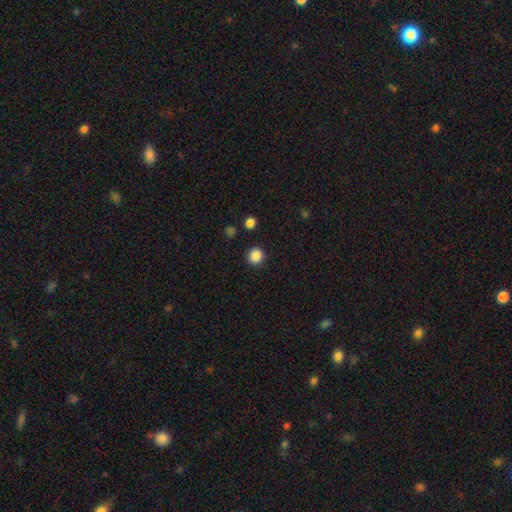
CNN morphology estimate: Q: Smooth or featured?
A: smooth (87%); runner-up: star or artifact (11%)
Q: How rounded?
A: round (92%); runner-up: in between (7%)
Q: Merging?
A: none (90%); runner-up: minor disturbance (6%)